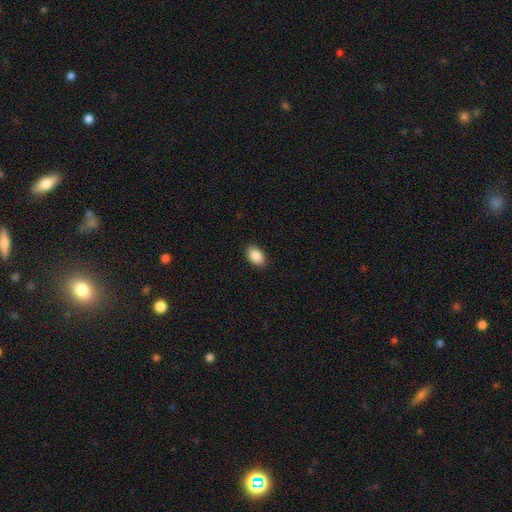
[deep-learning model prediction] Smooth or featured: smooth — 89% (star or artifact — 7%)
How rounded: in between — 92% (round — 7%)
Merging: none — 90% (minor disturbance — 7%)